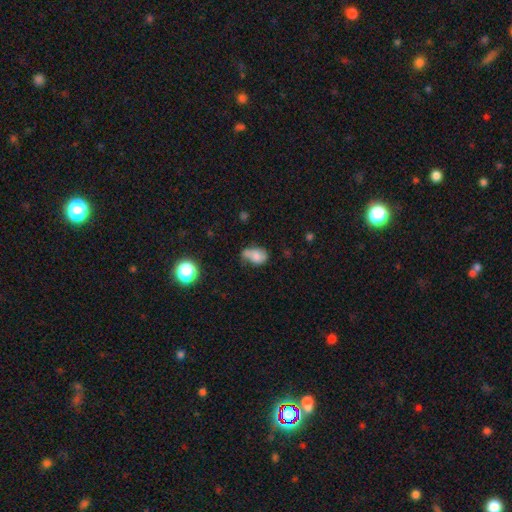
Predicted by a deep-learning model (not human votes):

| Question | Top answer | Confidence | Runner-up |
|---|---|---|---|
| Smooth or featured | smooth | 71% | featured or disk (17%) |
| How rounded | in between | 78% | round (20%) |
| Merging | minor disturbance | 35% | none (33%) |